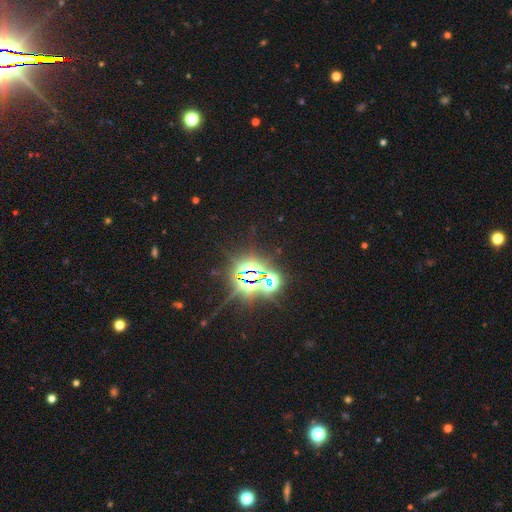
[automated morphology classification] Q: Smooth or featured?
A: star or artifact (84%); runner-up: smooth (9%)